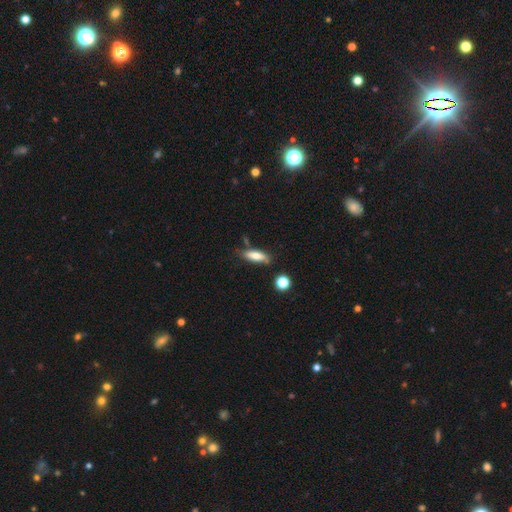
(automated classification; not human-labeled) This appears to be a smooth galaxy with no disk features (73%) that is in between round and cigar-shaped (54%). Merging: none (70%).